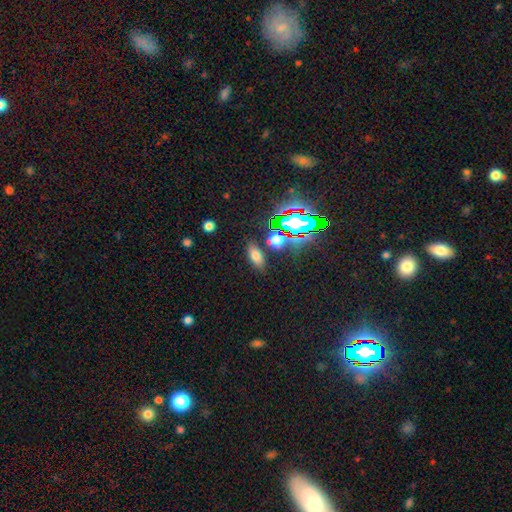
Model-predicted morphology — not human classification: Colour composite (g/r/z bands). It shows a smooth galaxy with no disk features (67%) that is in between round and cigar-shaped (83%). Merging: none (83%).